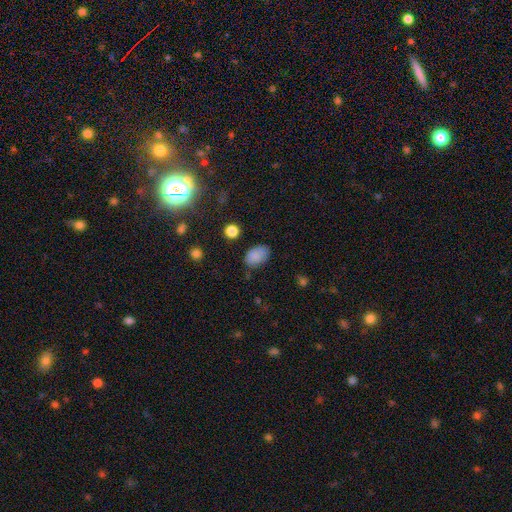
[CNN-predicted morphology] This appears to be a smooth galaxy with no disk features (85%) that is in between round and cigar-shaped (87%). Merging: none (74%).